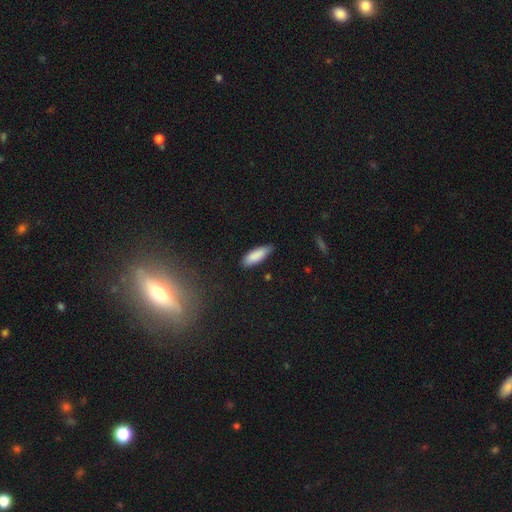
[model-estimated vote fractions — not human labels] Smooth or featured? smooth (87%)
How rounded? in between (58%)
Merging? none (77%)